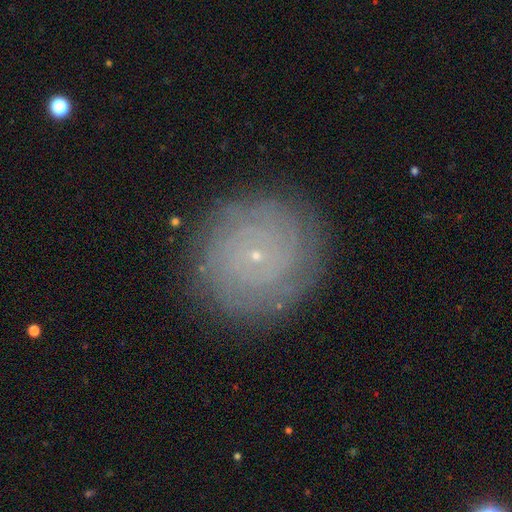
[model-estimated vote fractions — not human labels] A featured or disk galaxy (71%) with no bar (84%), tight (85%) spiral arms (91%) and a small central bulge (91%).

Vote fractions:
- Smooth or featured? featured or disk: 71% / smooth: 18% / star or artifact: 10%
- Edge-on disk? no: 97% / yes: 3%
- Bar? no: 84% / weak: 13% / strong: 3%
- Spiral arms? yes: 91% / no: 9%
- Spiral winding? tight: 85% / medium: 11% / loose: 3%
- Spiral arm count? can't tell: 41% / 2: 16% / 4: 14% / 3: 12% / more than 4: 10% / 1: 7%
- Bulge size? small: 91% / moderate: 5% / none: 2% / dominant: 1% / large: 1%
- Merging? none: 86% / minor disturbance: 9% / major disturbance: 3% / merger: 1%